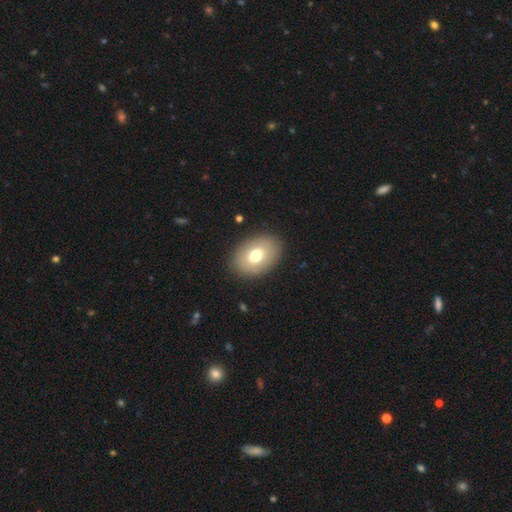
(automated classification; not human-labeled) Smooth or featured?
  - smooth: 72% *
  - featured or disk: 21%
  - star or artifact: 8%
How rounded?
  - in between: 78% *
  - round: 21%
  - cigar-shaped: 1%
Merging?
  - none: 89% *
  - minor disturbance: 8%
  - major disturbance: 3%
  - merger: 1%